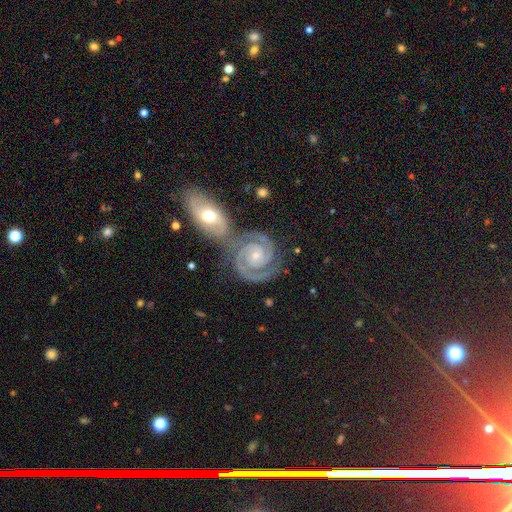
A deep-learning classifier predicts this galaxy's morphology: type=featured or disk (93%); edge-on=no (98%); bar=no (68%); spiral arms=yes (99%); winding=tight (74%); arm count=2 (90%); bulge=small (67%); merging=none (50%).